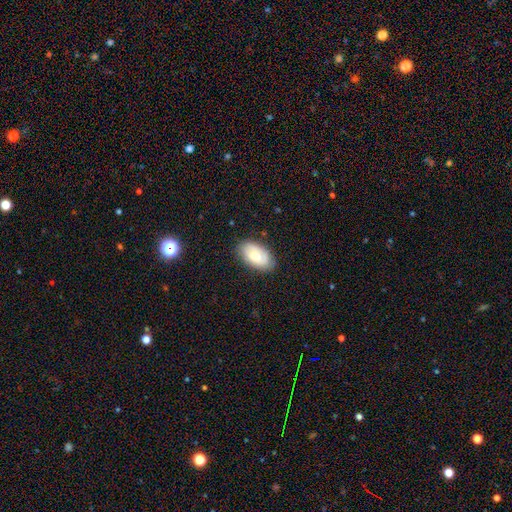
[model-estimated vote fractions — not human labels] Smooth or featured?
  - smooth: 63% *
  - featured or disk: 30%
  - star or artifact: 7%
How rounded?
  - in between: 94% *
  - round: 4%
  - cigar-shaped: 2%
Merging?
  - none: 81% *
  - minor disturbance: 15%
  - major disturbance: 3%
  - merger: 1%